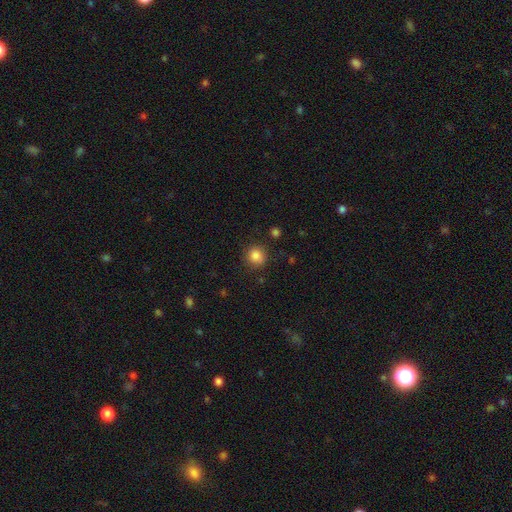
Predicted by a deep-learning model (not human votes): This is clearly a smooth galaxy (85%). How rounded: clearly round (86%). Merging: clearly none (86%).